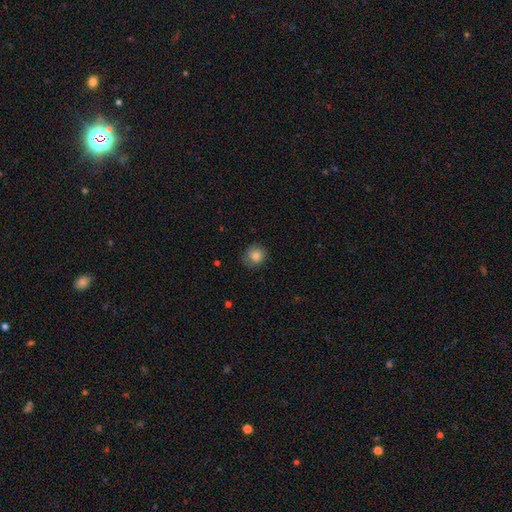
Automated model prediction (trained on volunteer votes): A smooth galaxy with no disk features (82%) that is round (83%). Merging: none (79%).